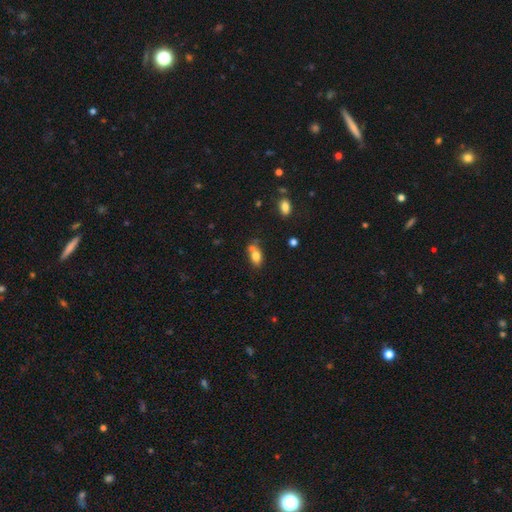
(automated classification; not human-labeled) Morphology: type=smooth (76%); roundness=in between (83%); merging=none (43%).